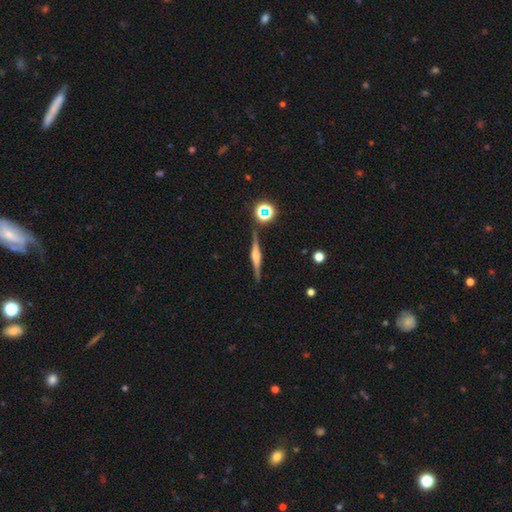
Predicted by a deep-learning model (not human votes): Morphology: type=featured or disk (74%); edge-on=yes (97%); edge-on bulge=rounded (69%); merging=none (88%).